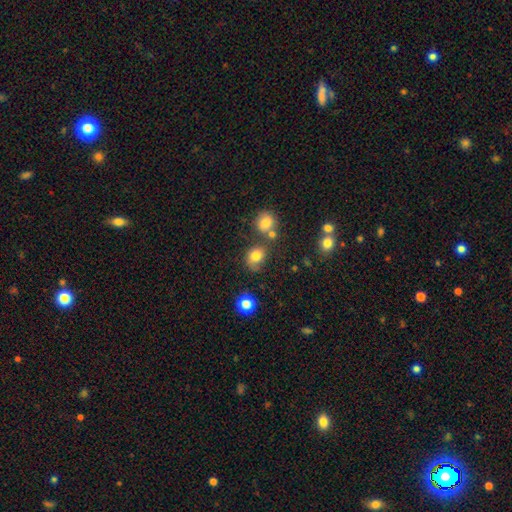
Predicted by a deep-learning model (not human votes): Smooth or featured: smooth — 80% (star or artifact — 13%)
How rounded: round — 52% (in between — 47%)
Merging: none — 58% (minor disturbance — 22%)